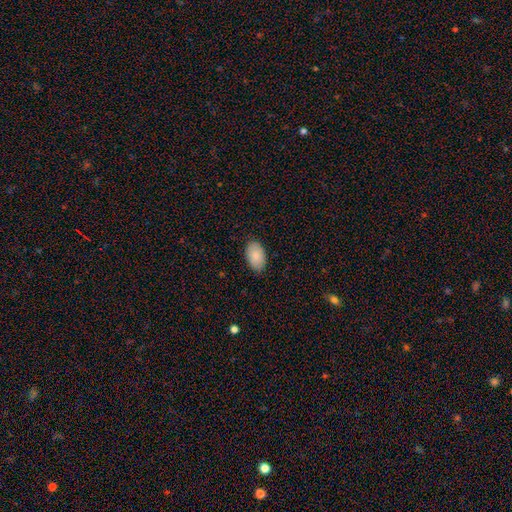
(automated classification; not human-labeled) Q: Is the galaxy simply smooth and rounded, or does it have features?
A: smooth — 84%.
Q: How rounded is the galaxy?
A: in between — 93%.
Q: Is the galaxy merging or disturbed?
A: none — 85%.